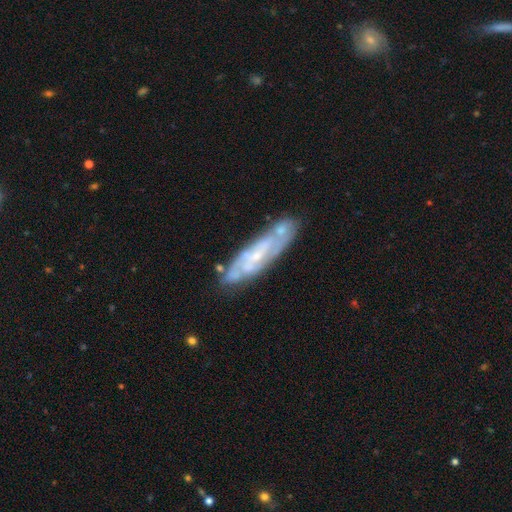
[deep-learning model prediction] Smooth or featured: featured or disk — 72% (smooth — 21%)
Edge-on disk: no — 69% (yes — 31%)
Bar: no — 60% (weak — 31%)
Spiral arms: yes — 72% (no — 28%)
Bulge size: small — 67% (moderate — 20%)
Merging: none — 71% (minor disturbance — 17%)